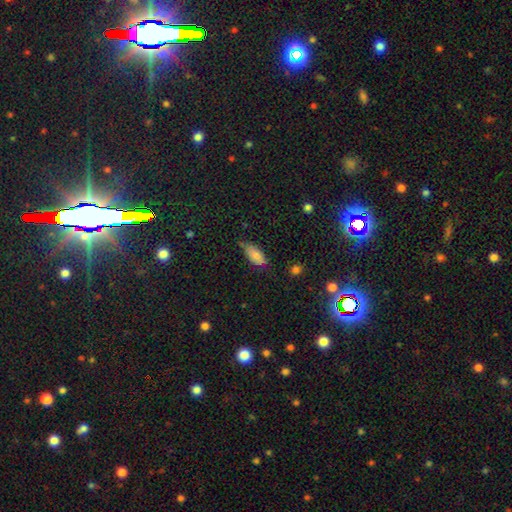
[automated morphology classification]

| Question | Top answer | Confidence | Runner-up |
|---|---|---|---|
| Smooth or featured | smooth | 83% | featured or disk (8%) |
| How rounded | in between | 88% | cigar-shaped (10%) |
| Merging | none | 59% | minor disturbance (32%) |